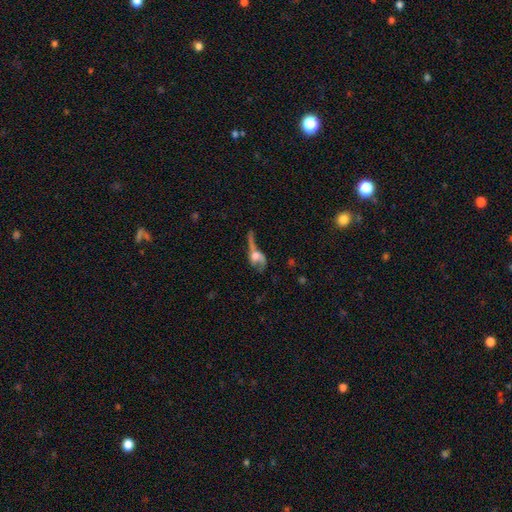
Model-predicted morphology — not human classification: Smooth or featured? featured or disk (55%)
Edge-on disk? no (87%)
Merging? major disturbance (41%)